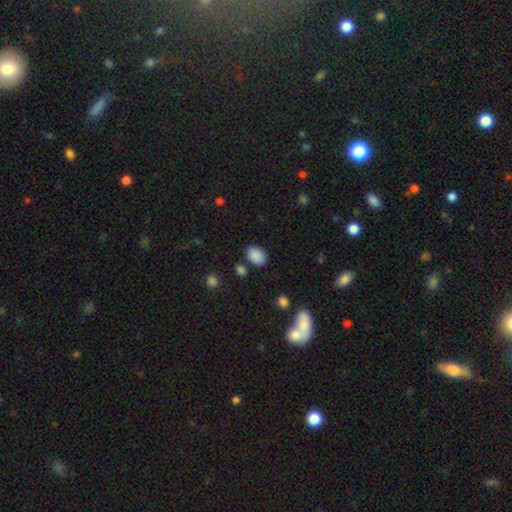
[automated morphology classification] This appears to be a smooth galaxy with no disk features (87%) that is in between round and cigar-shaped (79%). Merging: none (79%).